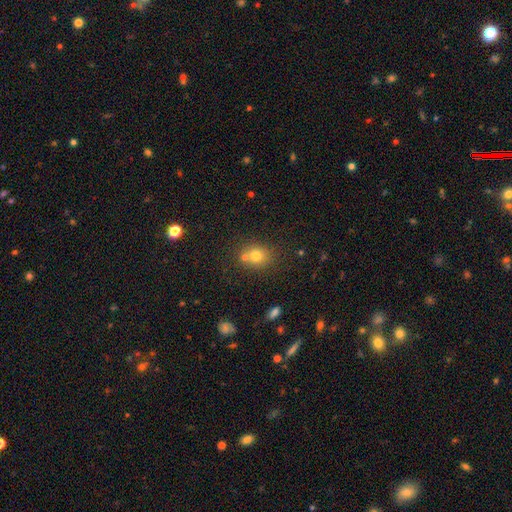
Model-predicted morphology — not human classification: smooth-or-featured: smooth: 74% | star or artifact: 15% | featured or disk: 12%
  how-rounded: round: 70% | in between: 29% | cigar-shaped: 1%
  merging: none: 62% | merger: 25% | minor disturbance: 10% | major disturbance: 3%